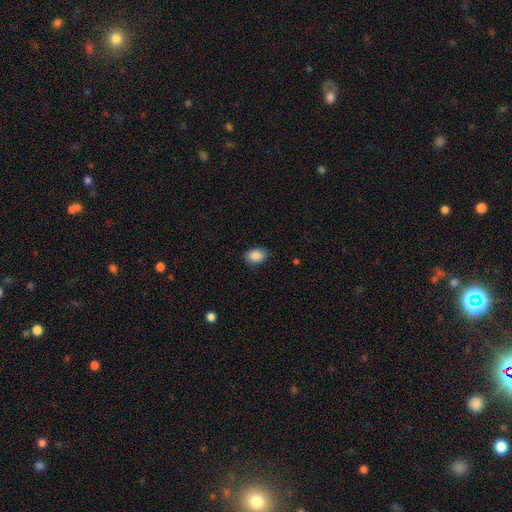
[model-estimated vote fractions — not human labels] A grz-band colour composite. It shows a smooth galaxy with no disk features (89%) that is in between round and cigar-shaped (76%). Merging: none (84%).